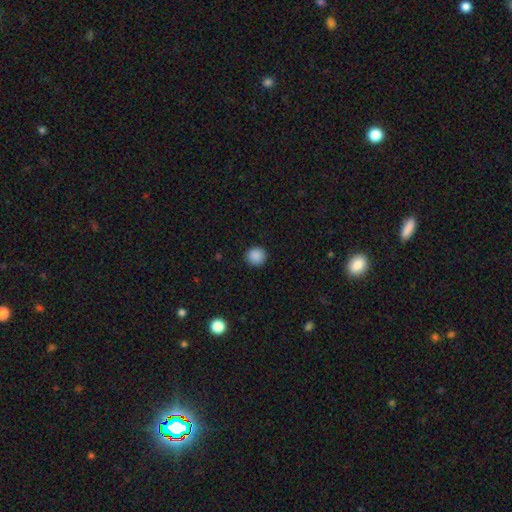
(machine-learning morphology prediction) Smooth or featured? smooth (89%)
How rounded? round (94%)
Merging? none (92%)